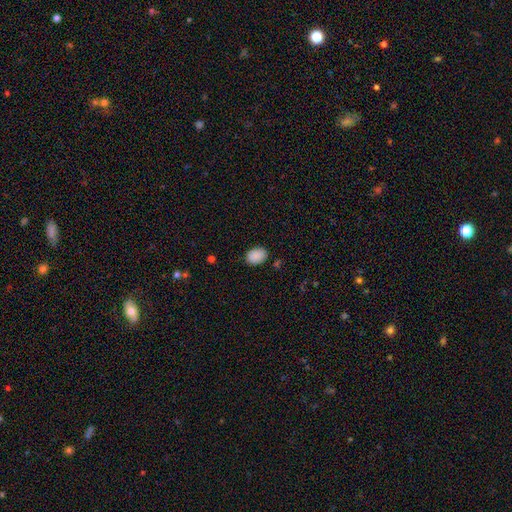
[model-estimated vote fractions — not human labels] Morphology: type=smooth (89%); roundness=in between (75%); merging=none (82%).